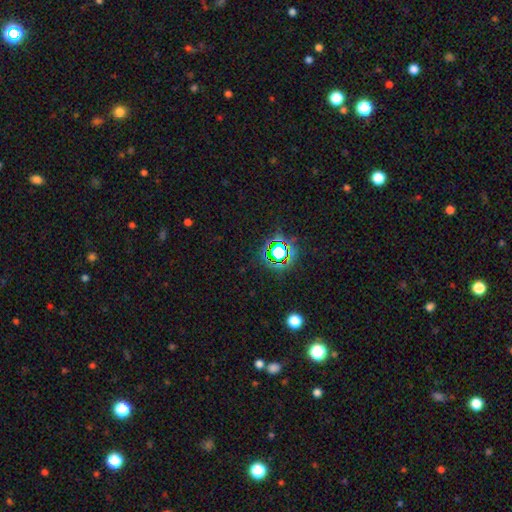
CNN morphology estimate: Smooth or featured? star or artifact (77%)